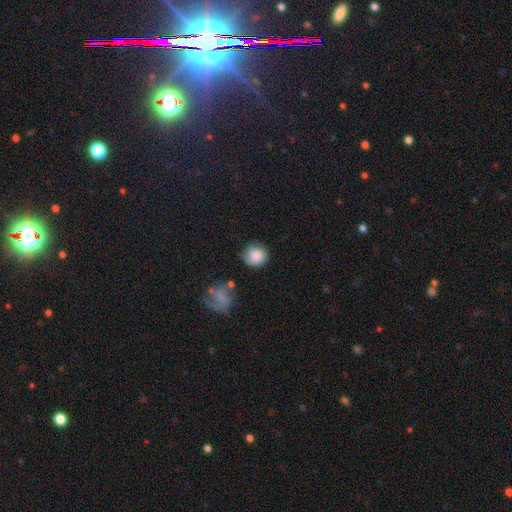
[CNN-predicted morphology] Smooth or featured? smooth (80%)
How rounded? round (85%)
Merging? none (66%)